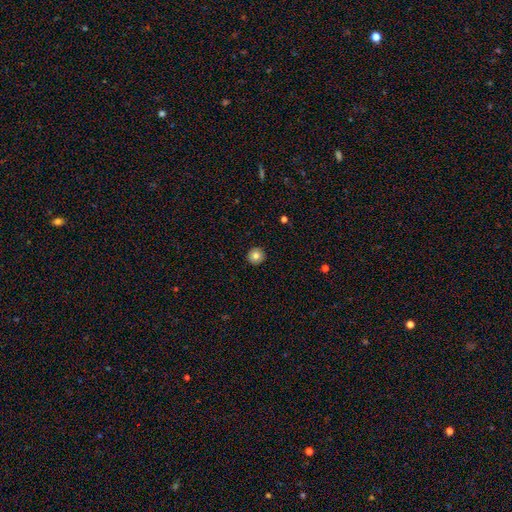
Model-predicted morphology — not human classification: smooth-or-featured: smooth: 81% | featured or disk: 10% | star or artifact: 9%
  how-rounded: round: 95% | in between: 4% | cigar-shaped: 1%
  merging: none: 92% | minor disturbance: 5% | major disturbance: 2% | merger: 1%